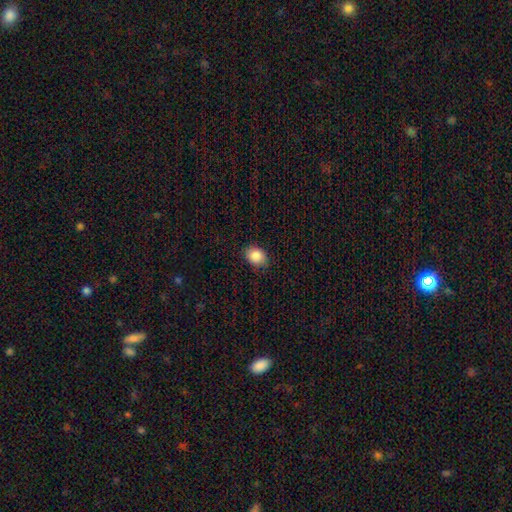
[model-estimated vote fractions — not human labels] This appears to be a smooth galaxy with no disk features (88%) that is in between round and cigar-shaped (60%). Merging: none (83%).